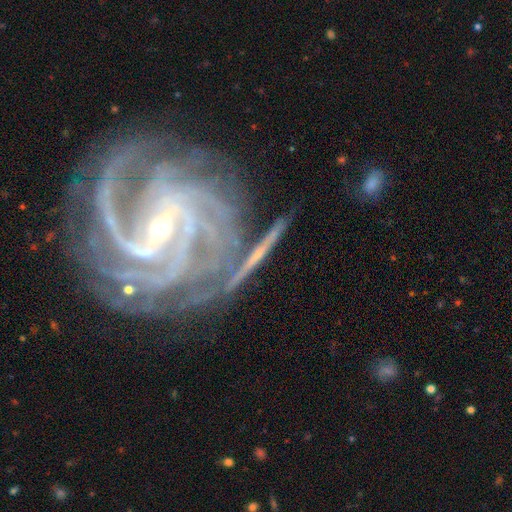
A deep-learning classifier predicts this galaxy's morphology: Smooth or featured? featured or disk (90%)
Edge-on disk? no (96%)
Bar? strong (52%)
Spiral arms? yes (98%)
Spiral winding? tight (62%)
Spiral arm count? 4 (30%)
Bulge size? small (72%)
Merging? none (67%)